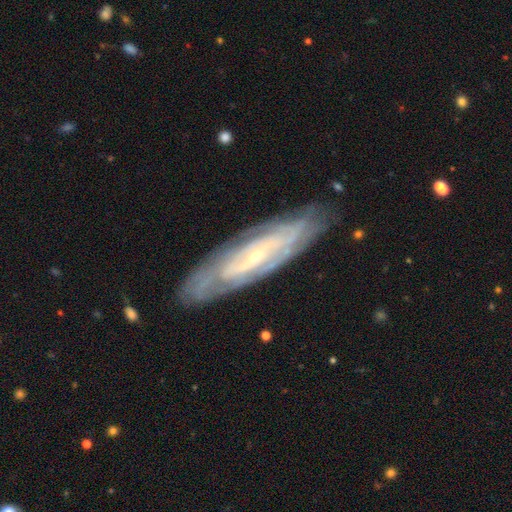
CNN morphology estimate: Smooth or featured: featured or disk — 81% (smooth — 13%)
Edge-on disk: no — 74% (yes — 26%)
Bar: no — 46% (weak — 35%)
Spiral arms: yes — 87% (no — 13%)
Spiral winding: tight — 68% (medium — 25%)
Spiral arm count: can't tell — 53% (2 — 23%)
Bulge size: small — 80% (moderate — 16%)
Merging: none — 82% (minor disturbance — 13%)